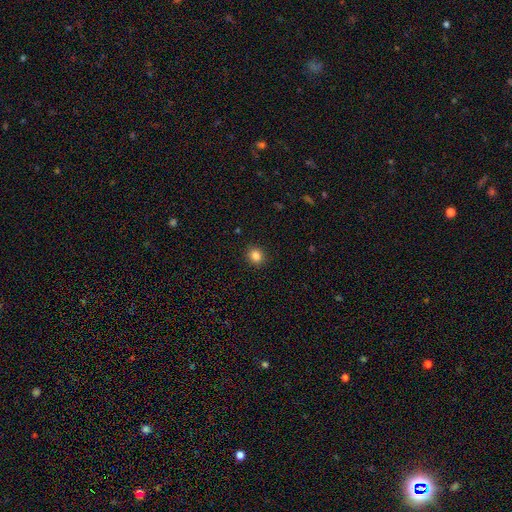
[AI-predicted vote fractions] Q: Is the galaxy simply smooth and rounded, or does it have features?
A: smooth — 84%.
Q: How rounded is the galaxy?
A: round — 80%.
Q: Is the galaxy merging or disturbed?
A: none — 91%.